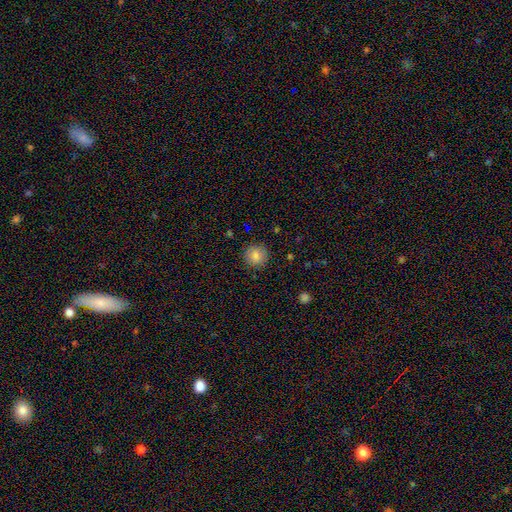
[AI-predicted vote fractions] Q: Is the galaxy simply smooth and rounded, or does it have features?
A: smooth — 83%.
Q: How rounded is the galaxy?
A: round — 91%.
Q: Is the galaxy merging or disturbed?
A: none — 88%.